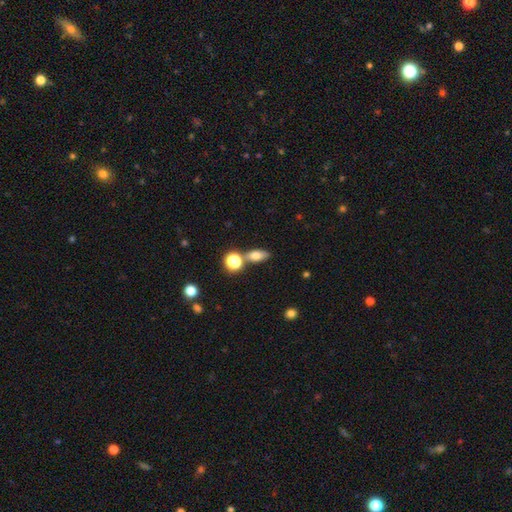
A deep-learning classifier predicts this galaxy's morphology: smooth-or-featured: smooth: 71% | featured or disk: 16% | star or artifact: 13%
  how-rounded: in between: 73% | round: 15% | cigar-shaped: 12%
  merging: none: 67% | merger: 18% | minor disturbance: 11% | major disturbance: 4%